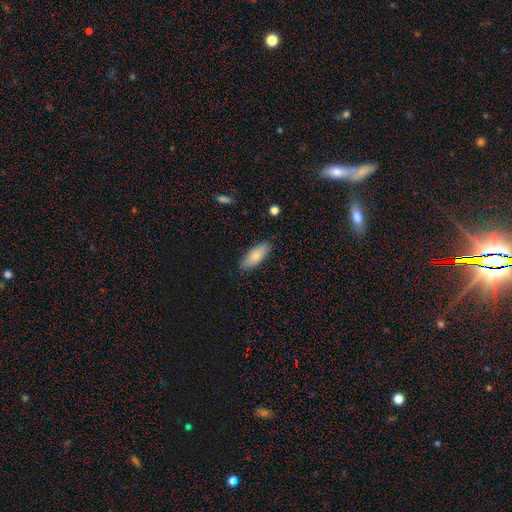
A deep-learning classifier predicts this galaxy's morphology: Smooth or featured? Predicted: smooth (p=0.80). How rounded? Predicted: in between (p=0.75). Merging? Predicted: none (p=0.86).